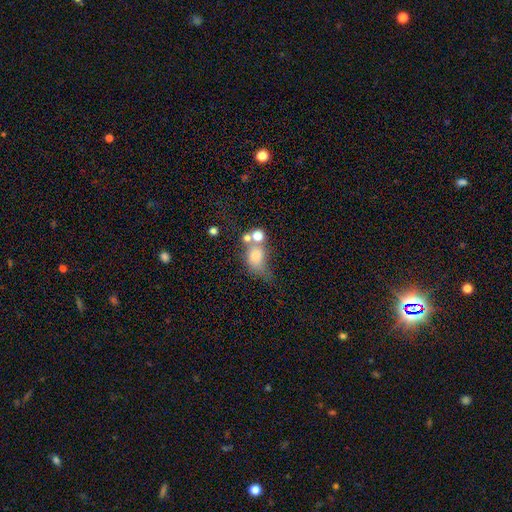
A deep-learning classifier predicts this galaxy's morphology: smooth 67%, featured or disk 19%, star or artifact 14%. Down the decision tree: how rounded — in between (54%); merging — merger (38%).